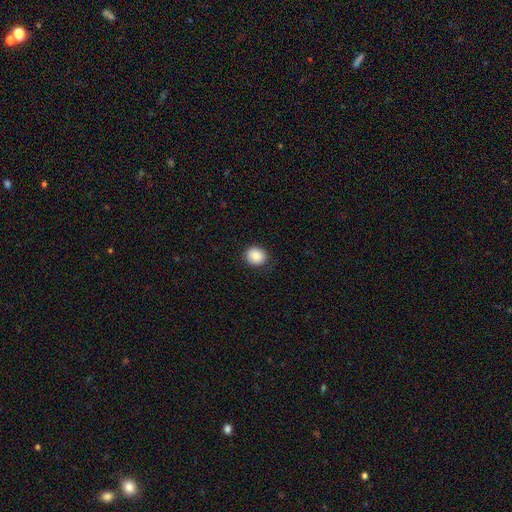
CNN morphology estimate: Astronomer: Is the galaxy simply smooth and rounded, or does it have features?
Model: smooth — 85%.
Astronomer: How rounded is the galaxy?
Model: round — 78%.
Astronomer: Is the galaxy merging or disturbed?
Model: none — 86%.